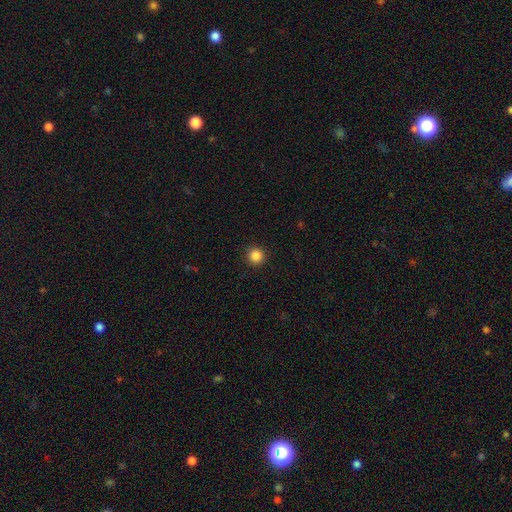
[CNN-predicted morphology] The model was most divided on "smooth or featured": smooth: 86%, star or artifact: 11%, featured or disk: 3%. More confident: how rounded — round (95%); merging — none (93%).